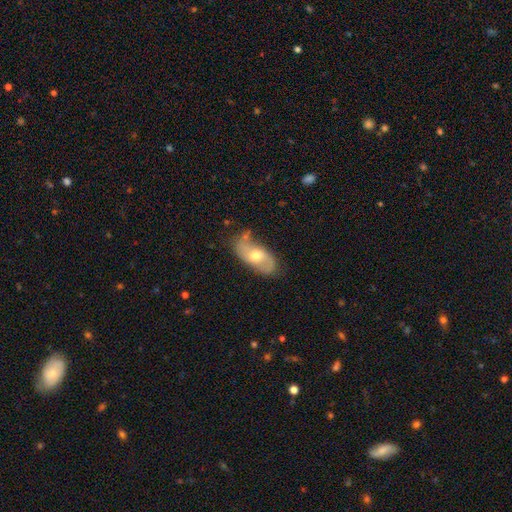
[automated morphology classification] This appears to be a featured or disk galaxy (60%) with no bar (58%), spiral arms (79%) and a moderate central bulge (71%). Merging: none (64%).